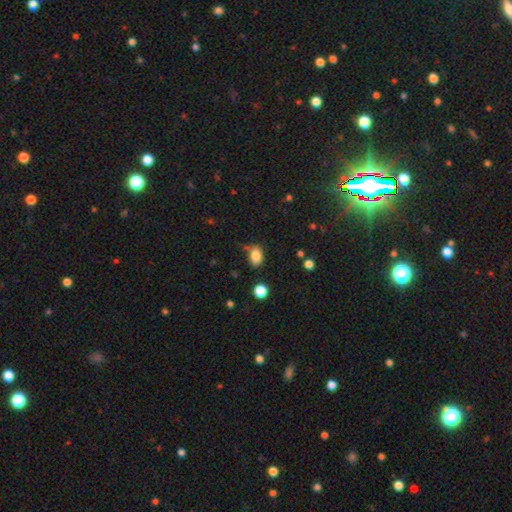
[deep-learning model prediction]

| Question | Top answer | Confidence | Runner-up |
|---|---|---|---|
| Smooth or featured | smooth | 83% | star or artifact (10%) |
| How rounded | in between | 82% | round (17%) |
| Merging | none | 64% | minor disturbance (24%) |